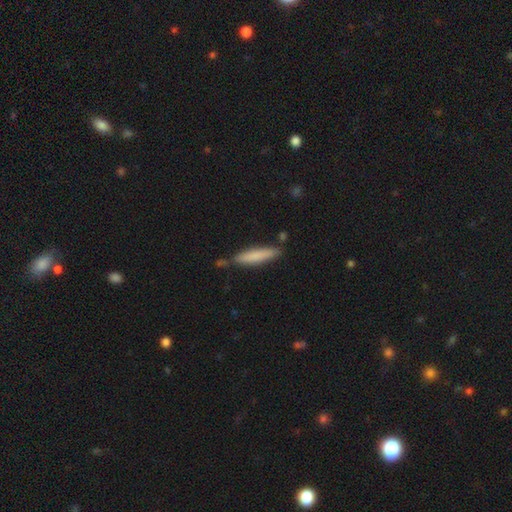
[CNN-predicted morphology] type=smooth (78%); roundness=cigar-shaped (87%); merging=none (76%).